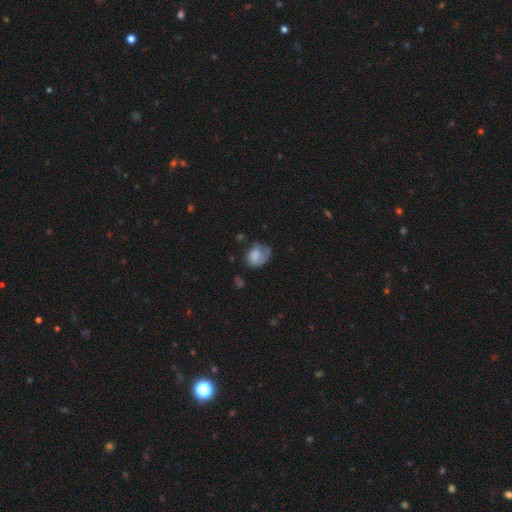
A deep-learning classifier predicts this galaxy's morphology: The model was most divided on "merging": none: 39%, minor disturbance: 29%, major disturbance: 29%, merger: 3%. More confident: smooth or featured — smooth (61%); how rounded — in between (54%).